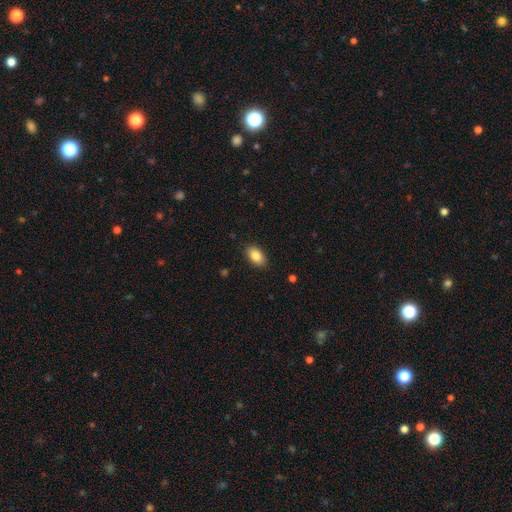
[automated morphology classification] type=smooth (86%); roundness=in between (92%); merging=none (88%).